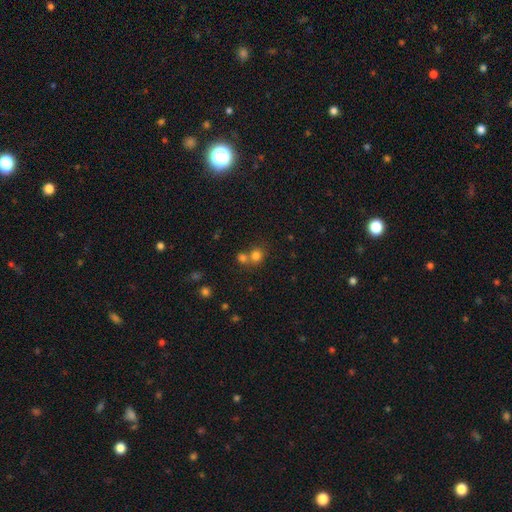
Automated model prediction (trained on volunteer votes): Overall: smooth (78%). How rounded: round (81%). Merging: none (47%; merger 43%).